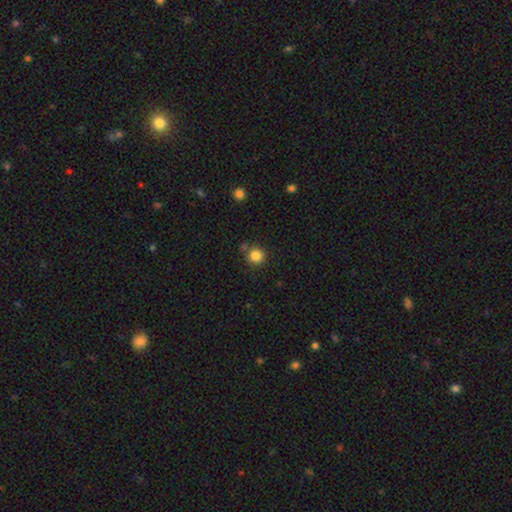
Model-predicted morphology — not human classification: A smooth galaxy with no disk features (84%) that is round (94%). Merging: none (79%).